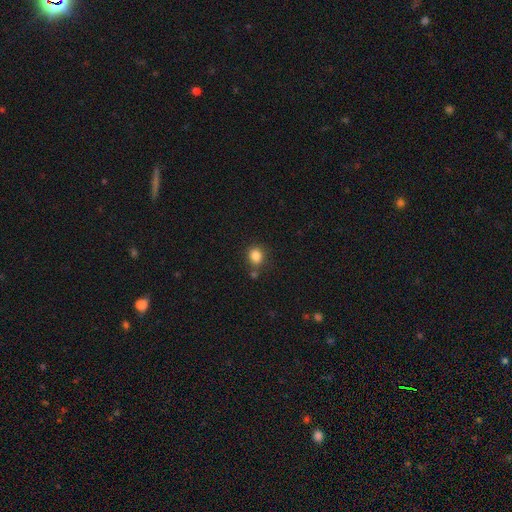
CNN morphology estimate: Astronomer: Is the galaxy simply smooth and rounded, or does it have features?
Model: smooth — 84%.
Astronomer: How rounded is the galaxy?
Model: round — 72%.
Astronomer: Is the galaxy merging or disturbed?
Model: none — 71%.